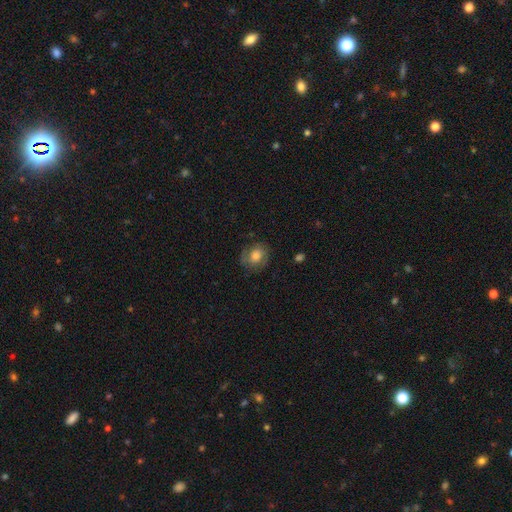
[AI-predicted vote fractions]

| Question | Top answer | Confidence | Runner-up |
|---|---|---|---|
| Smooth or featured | smooth | 58% | featured or disk (32%) |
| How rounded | round | 67% | in between (32%) |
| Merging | none | 75% | minor disturbance (17%) |